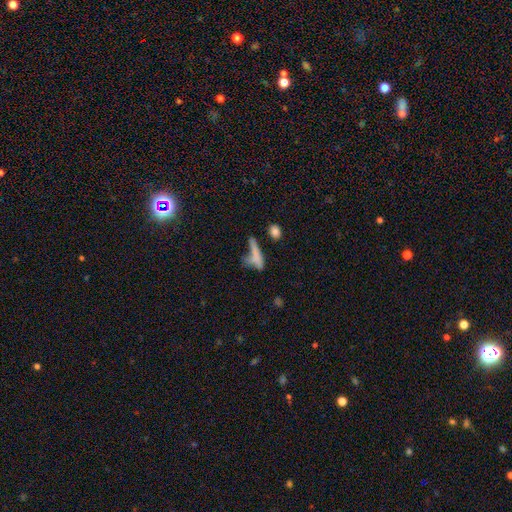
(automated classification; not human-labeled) Overall: smooth (63%; featured or disk 24%). How rounded: cigar-shaped (65%; in between 30%). Merging: none (38%; merger 23%).